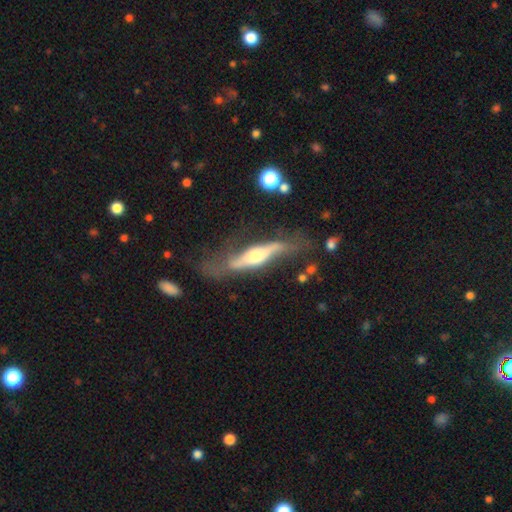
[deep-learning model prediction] featured or disk 74%, smooth 20%, star or artifact 5%. Down the decision tree: edge-on disk — yes (65%); merging — none (47%).